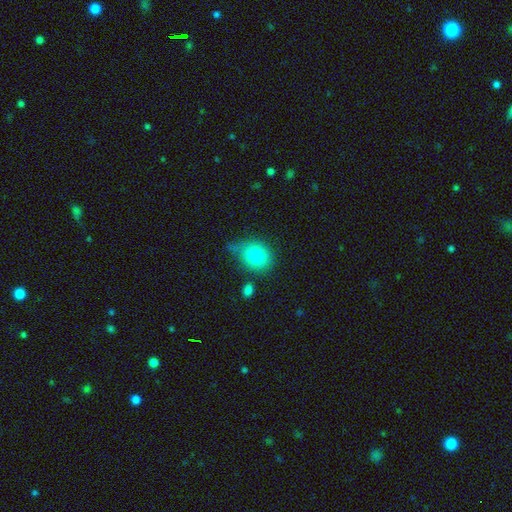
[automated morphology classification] type=smooth (82%); roundness=round (60%); merging=none (54%).